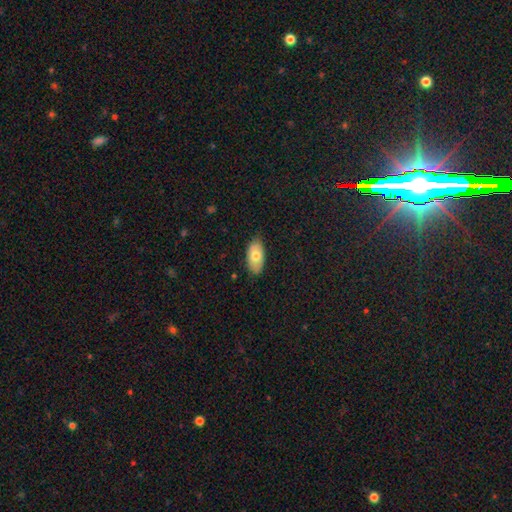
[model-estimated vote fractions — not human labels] Smooth or featured: smooth — 72% (featured or disk — 21%)
How rounded: in between — 93% (round — 3%)
Merging: none — 82% (minor disturbance — 14%)